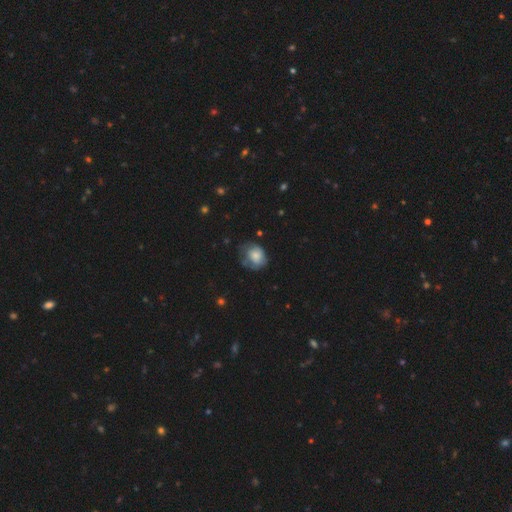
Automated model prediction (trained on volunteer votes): Q: Smooth or featured?
A: smooth (64%); runner-up: featured or disk (28%)
Q: How rounded?
A: round (56%); runner-up: in between (43%)
Q: Merging?
A: none (48%); runner-up: minor disturbance (32%)